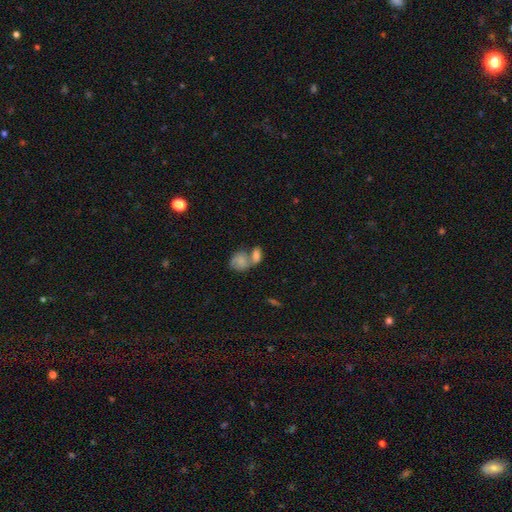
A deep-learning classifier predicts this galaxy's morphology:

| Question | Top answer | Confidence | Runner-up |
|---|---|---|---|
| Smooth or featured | smooth | 72% | featured or disk (18%) |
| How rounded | in between | 76% | round (21%) |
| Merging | merger | 62% | none (24%) |